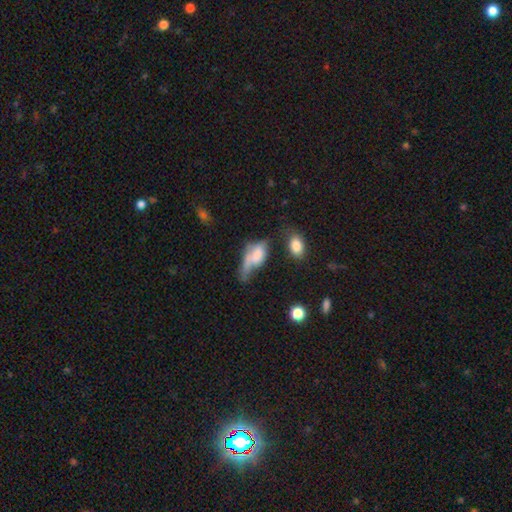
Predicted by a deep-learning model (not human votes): Q: Smooth or featured?
A: smooth (60%); runner-up: featured or disk (31%)
Q: How rounded?
A: in between (82%); runner-up: cigar-shaped (10%)
Q: Merging?
A: major disturbance (39%); runner-up: merger (22%)